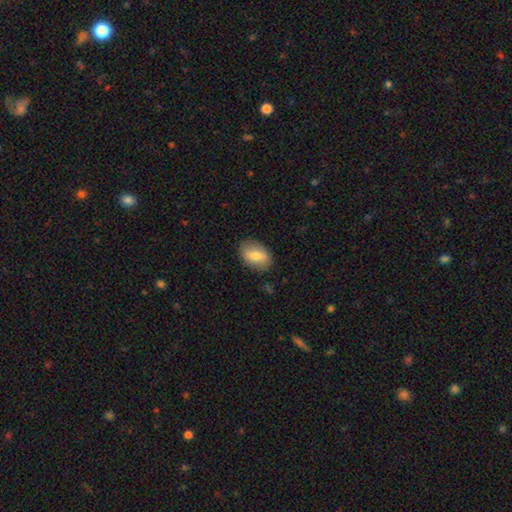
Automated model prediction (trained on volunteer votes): A smooth galaxy with no disk features (72%) that is in between round and cigar-shaped (86%).

Vote fractions:
- Smooth or featured? smooth: 72% / featured or disk: 22% / star or artifact: 7%
- How rounded? in between: 86% / round: 13% / cigar-shaped: 2%
- Merging? none: 84% / minor disturbance: 12% / major disturbance: 3% / merger: 1%